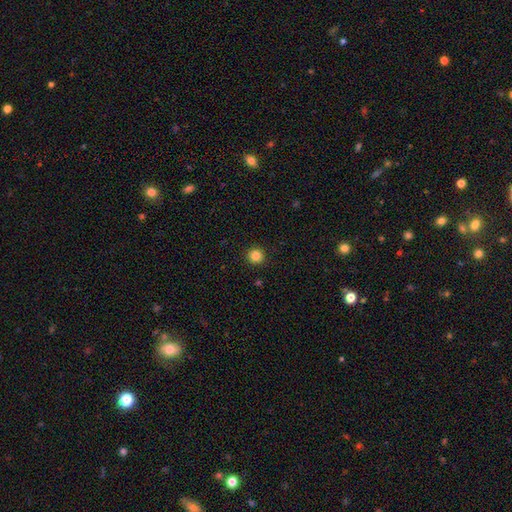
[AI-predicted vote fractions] Morphology: type=smooth (84%); roundness=round (96%); merging=none (93%).